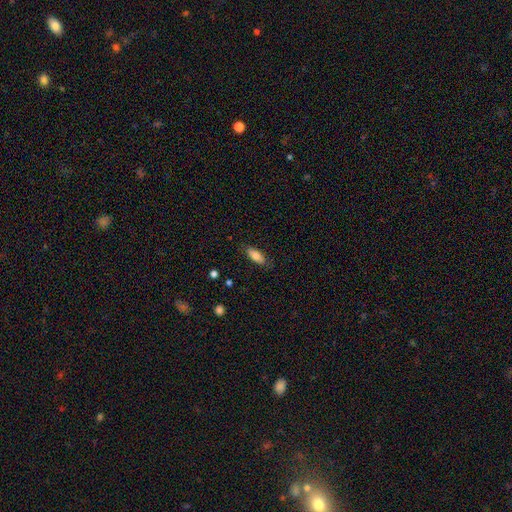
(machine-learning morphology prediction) Overall: smooth (80%). How rounded: in between (77%). Merging: none (83%).